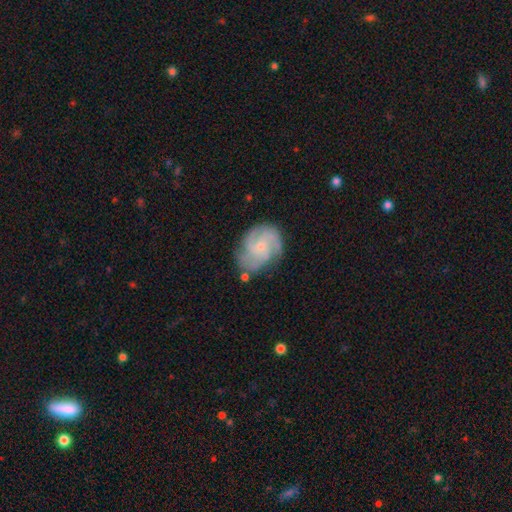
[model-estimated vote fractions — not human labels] This is likely a featured or disk galaxy (79%). It is clearly not viewed edge-on (98%). Bar: likely no (72%). Spiral arm pattern: clearly yes (95%). Spiral arm count: marginally 3 (39%). Spiral winding: possibly medium (45%). Central bulge: likely small (77%). Merging: likely none (70%).